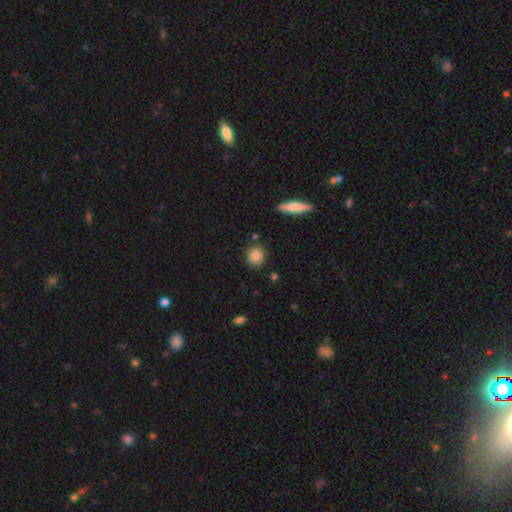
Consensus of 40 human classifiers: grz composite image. It shows a smooth galaxy with no disk features (88%) that is round (91%). Merging: none (79%).